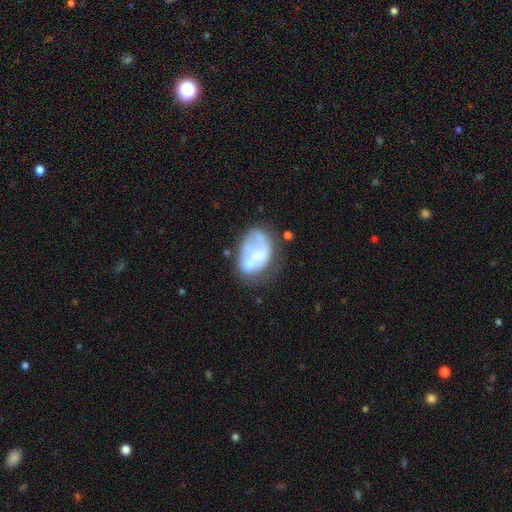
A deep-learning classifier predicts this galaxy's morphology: Smooth or featured? Predicted: featured or disk (p=0.49). Merging? Predicted: none (p=0.34).